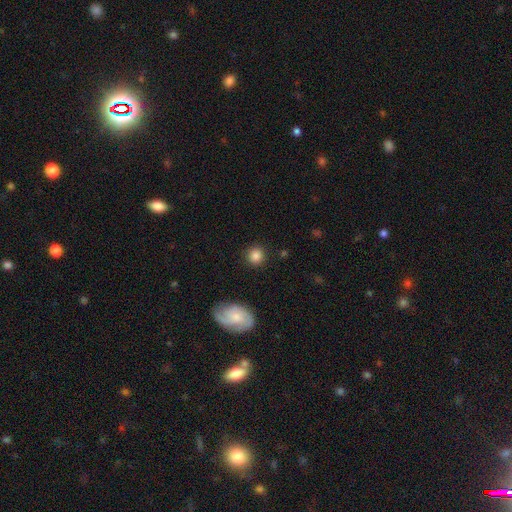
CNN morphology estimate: Smooth or featured: smooth — 84% (star or artifact — 9%)
How rounded: round — 90% (in between — 9%)
Merging: none — 89% (minor disturbance — 7%)